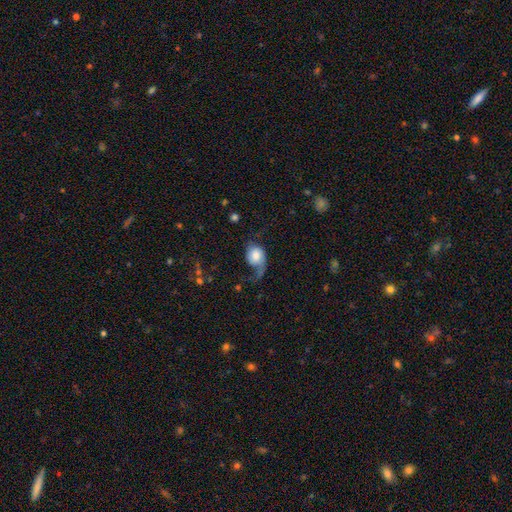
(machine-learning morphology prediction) Smooth or featured: smooth — 47% (featured or disk — 45%)
Merging: major disturbance — 40% (none — 33%)